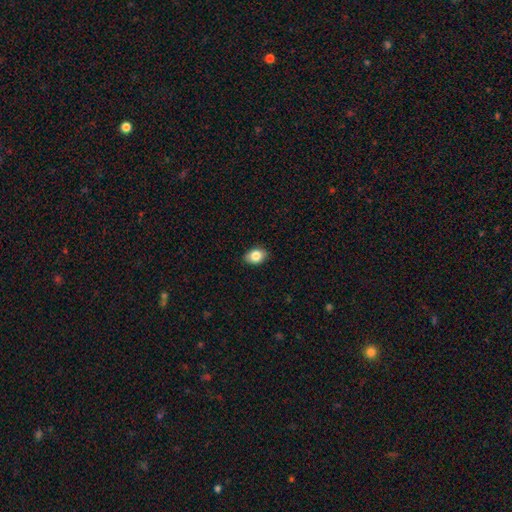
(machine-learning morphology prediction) Q: Smooth or featured?
A: smooth (84%); runner-up: star or artifact (8%)
Q: How rounded?
A: in between (72%); runner-up: round (27%)
Q: Merging?
A: none (87%); runner-up: minor disturbance (11%)